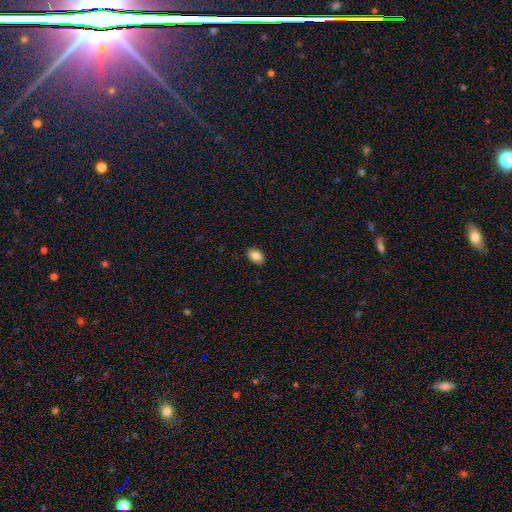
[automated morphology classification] The model was most divided on "how rounded": in between: 87%, round: 12%, cigar-shaped: 1%. More confident: merging — none (90%); smooth or featured — smooth (86%).